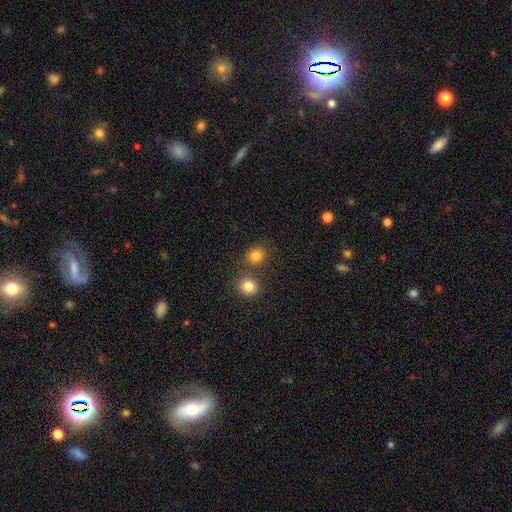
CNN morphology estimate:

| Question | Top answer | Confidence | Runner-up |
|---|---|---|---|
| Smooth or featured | smooth | 82% | star or artifact (12%) |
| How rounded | round | 80% | in between (19%) |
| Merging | none | 64% | merger (24%) |